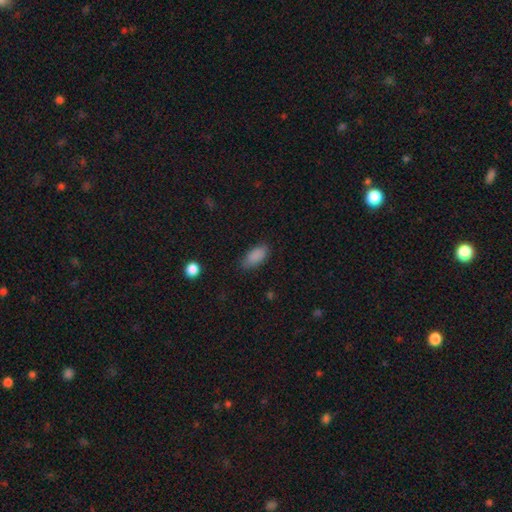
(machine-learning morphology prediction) A smooth galaxy with no disk features (88%) that is in between round and cigar-shaped (89%). Merging: none (78%).